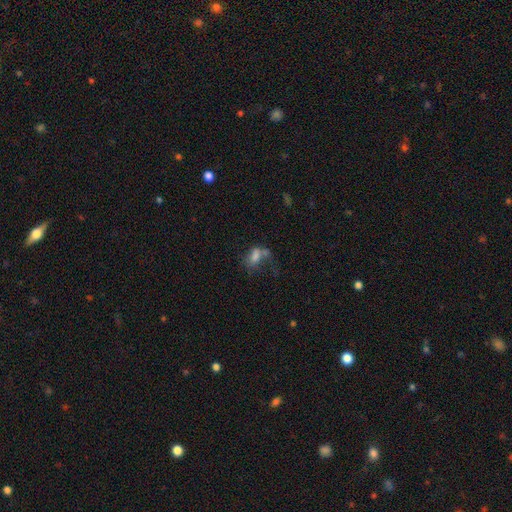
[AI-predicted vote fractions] The model was most divided on "merging": major disturbance: 31%, merger: 26%, none: 26%, minor disturbance: 17%. More confident: how rounded — in between (82%); smooth or featured — smooth (60%).